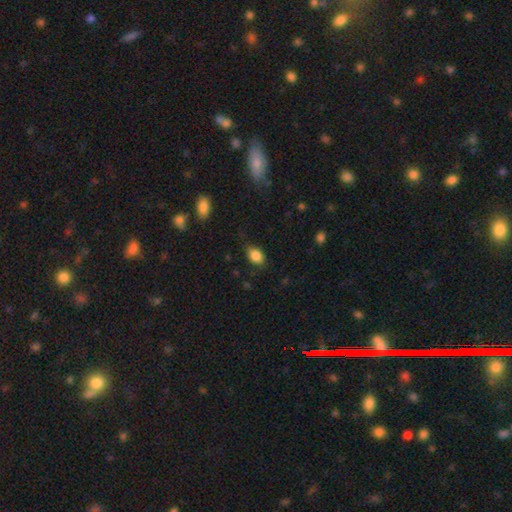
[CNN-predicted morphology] smooth-or-featured: smooth: 86% | star or artifact: 8% | featured or disk: 5%
  how-rounded: in between: 81% | round: 18% | cigar-shaped: 1%
  merging: none: 76% | minor disturbance: 18% | major disturbance: 4% | merger: 1%